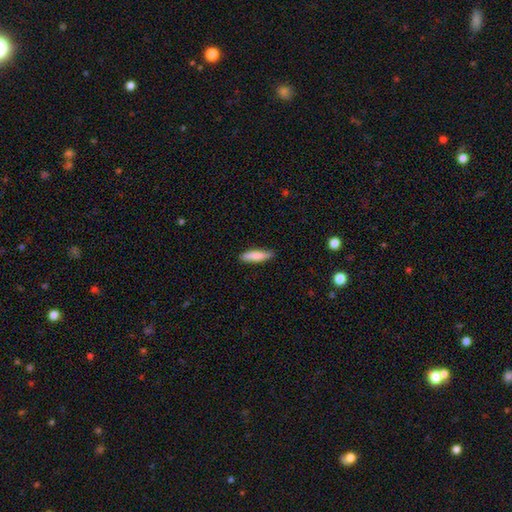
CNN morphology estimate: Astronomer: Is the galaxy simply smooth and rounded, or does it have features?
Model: smooth — 82%.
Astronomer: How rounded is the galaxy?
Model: cigar-shaped — 72%.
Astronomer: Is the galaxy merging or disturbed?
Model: none — 84%.